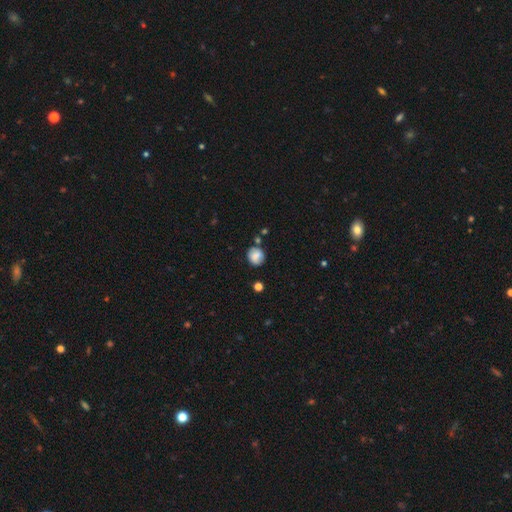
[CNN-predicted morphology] A smooth galaxy with no disk features (76%) that is round (75%).

Vote fractions:
- Smooth or featured? smooth: 76% / featured or disk: 15% / star or artifact: 9%
- How rounded? round: 75% / in between: 24% / cigar-shaped: 1%
- Merging? none: 74% / minor disturbance: 16% / merger: 6% / major disturbance: 4%